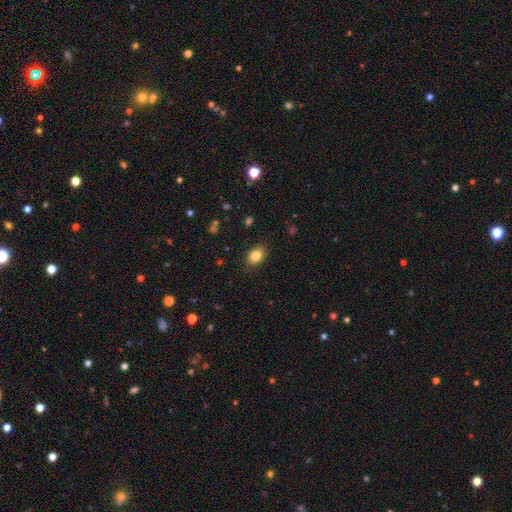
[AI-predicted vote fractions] smooth-or-featured: smooth: 83% | star or artifact: 9% | featured or disk: 7%
  how-rounded: in between: 74% | round: 25% | cigar-shaped: 1%
  merging: none: 87% | minor disturbance: 10% | major disturbance: 3% | merger: 1%